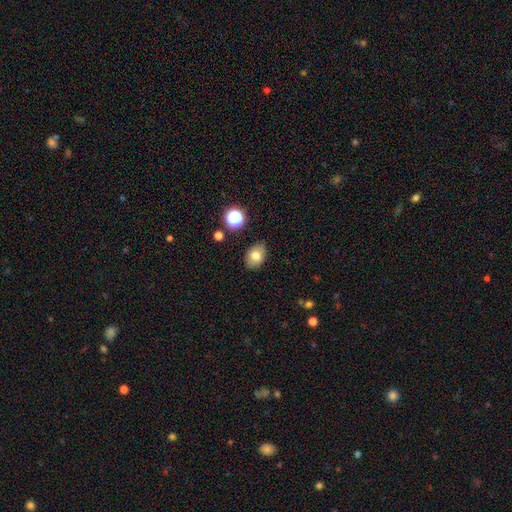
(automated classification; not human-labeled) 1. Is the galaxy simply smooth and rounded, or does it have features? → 76% smooth, 14% featured or disk, 10% star or artifact.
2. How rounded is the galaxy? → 75% in between, 23% round, 1% cigar-shaped.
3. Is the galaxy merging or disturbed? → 83% none, 12% minor disturbance, 3% major disturbance, 2% merger.